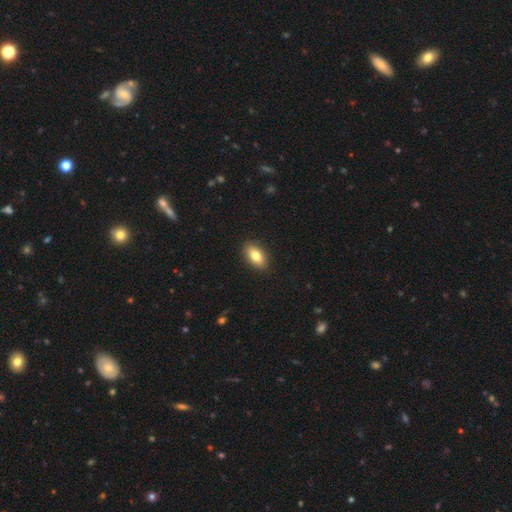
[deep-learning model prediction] A smooth galaxy with no disk features (80%) that is in between round and cigar-shaped (91%).

Vote fractions:
- Smooth or featured? smooth: 80% / featured or disk: 13% / star or artifact: 7%
- How rounded? in between: 91% / round: 5% / cigar-shaped: 4%
- Merging? none: 90% / minor disturbance: 7% / major disturbance: 2% / merger: 1%